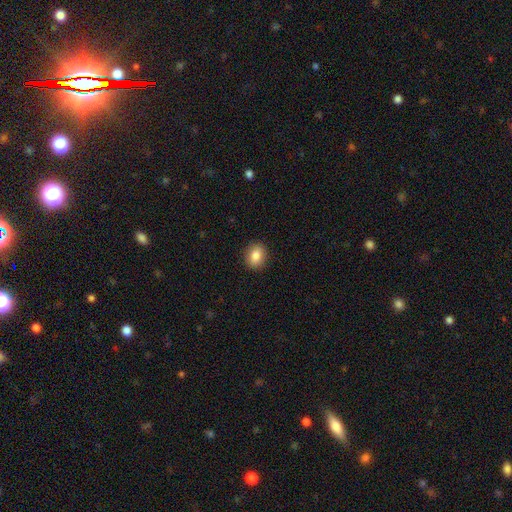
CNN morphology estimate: type=smooth (85%); roundness=round (50%); merging=none (90%).